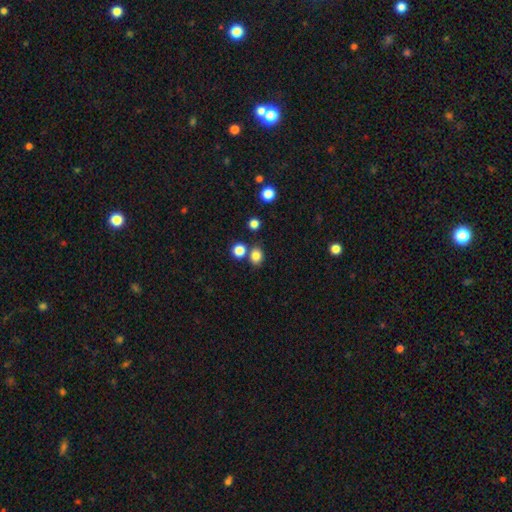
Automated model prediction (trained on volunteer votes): Smooth or featured: smooth — 82% (star or artifact — 13%)
How rounded: round — 62% (in between — 37%)
Merging: none — 72% (merger — 16%)